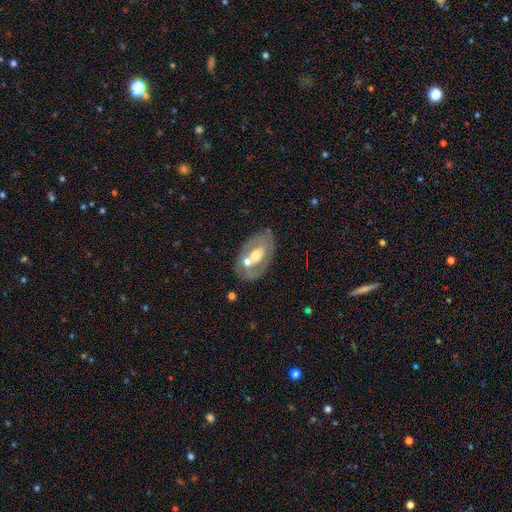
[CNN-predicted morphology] This is likely a featured or disk galaxy (61%). It is clearly not viewed edge-on (91%). Bar: likely no (70%). Spiral arm pattern: likely no (74%). Central bulge: likely moderate (71%). Merging: possibly none (58%).